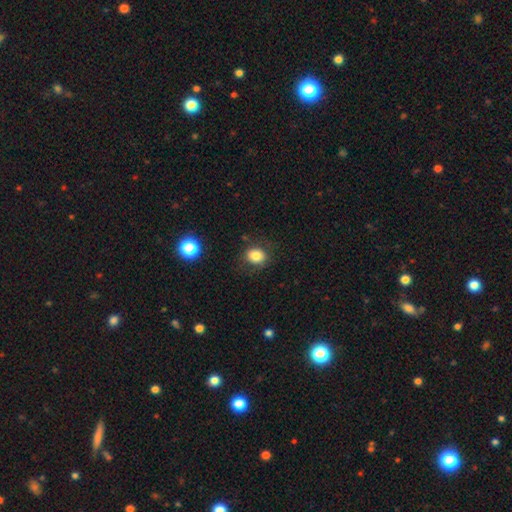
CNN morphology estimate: A smooth galaxy with no disk features (81%) that is round (59%).

Vote fractions:
- Smooth or featured? smooth: 81% / star or artifact: 11% / featured or disk: 8%
- How rounded? round: 59% / in between: 40% / cigar-shaped: 1%
- Merging? none: 81% / minor disturbance: 12% / major disturbance: 5% / merger: 2%